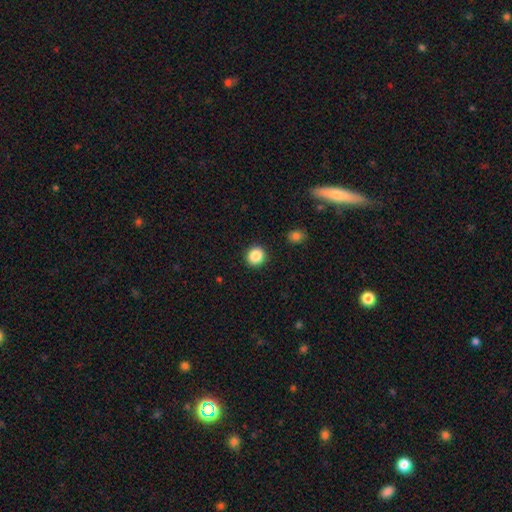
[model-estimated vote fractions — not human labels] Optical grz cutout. It shows a smooth galaxy with no disk features (87%) that is round (90%). Merging: none (91%).